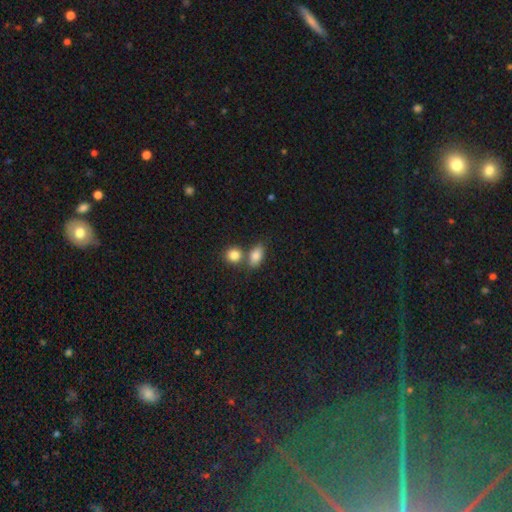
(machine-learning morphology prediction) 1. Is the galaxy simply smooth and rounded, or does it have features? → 84% smooth, 9% star or artifact, 7% featured or disk.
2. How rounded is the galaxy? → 80% in between, 17% round, 4% cigar-shaped.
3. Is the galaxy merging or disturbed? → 53% none, 31% merger, 12% minor disturbance, 4% major disturbance.